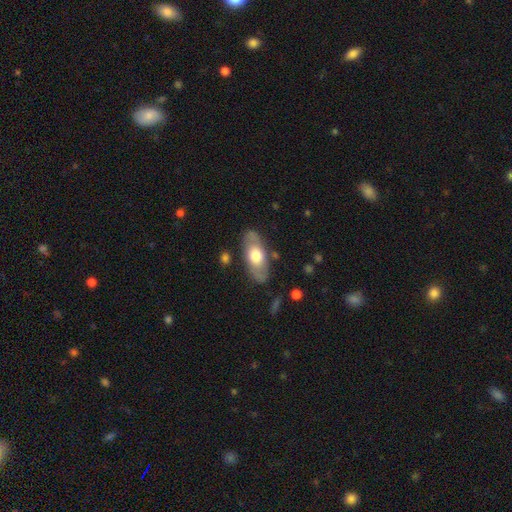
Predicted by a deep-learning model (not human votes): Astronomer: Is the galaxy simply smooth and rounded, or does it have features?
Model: smooth — 57% (runner-up: featured or disk, 38%).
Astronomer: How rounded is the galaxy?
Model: in between — 85%.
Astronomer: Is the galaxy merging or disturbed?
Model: none — 80%.